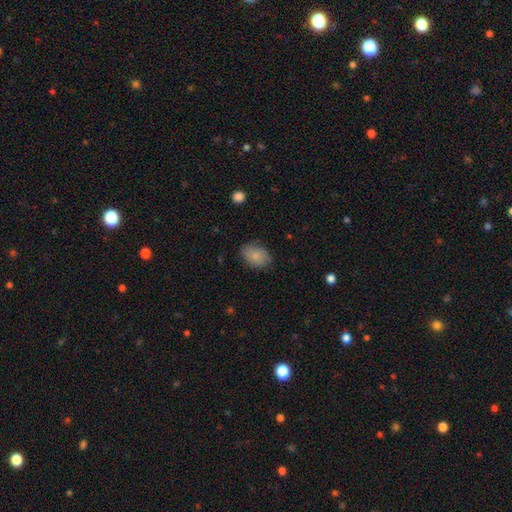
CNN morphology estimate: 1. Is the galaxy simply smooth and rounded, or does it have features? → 81% smooth, 12% featured or disk, 7% star or artifact.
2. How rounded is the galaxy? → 79% in between, 19% round, 1% cigar-shaped.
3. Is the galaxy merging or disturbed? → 76% none, 18% minor disturbance, 4% major disturbance, 1% merger.